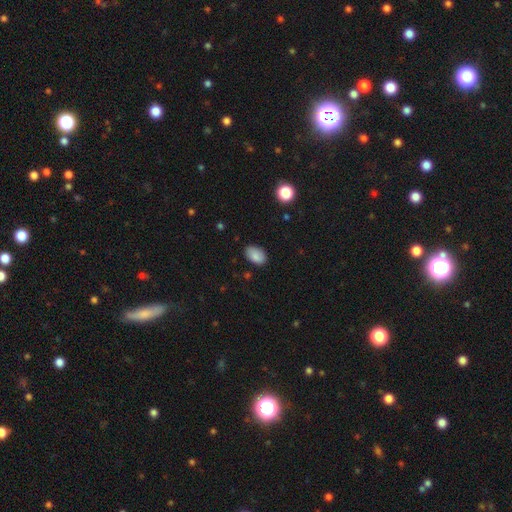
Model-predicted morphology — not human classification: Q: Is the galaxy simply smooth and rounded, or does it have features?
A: smooth — 86%.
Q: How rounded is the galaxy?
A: in between — 90%.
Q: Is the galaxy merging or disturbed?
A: none — 84%.